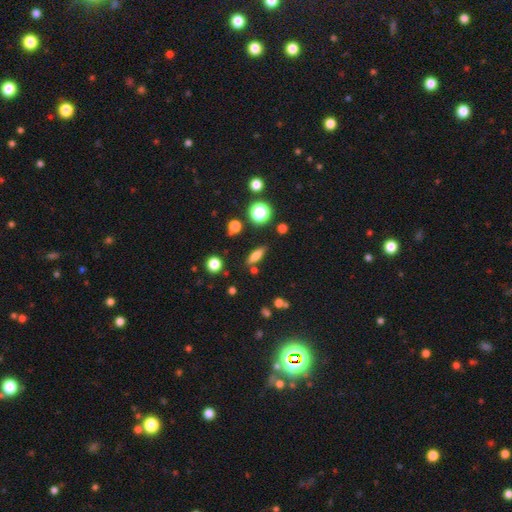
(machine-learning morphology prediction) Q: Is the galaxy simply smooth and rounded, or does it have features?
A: smooth — 68%.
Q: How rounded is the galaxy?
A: in between — 48%.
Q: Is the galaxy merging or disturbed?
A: none — 81%.